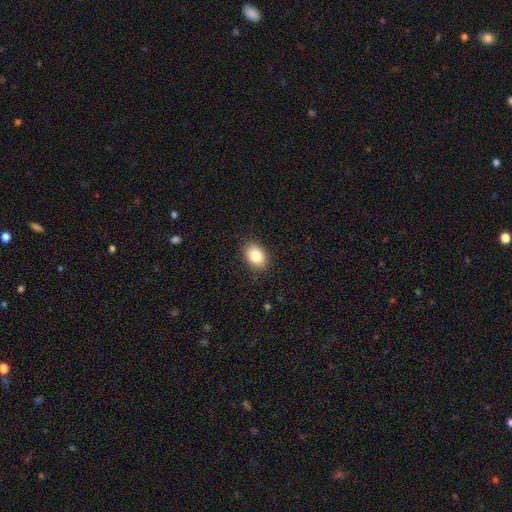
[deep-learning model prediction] This is clearly a smooth galaxy (84%). How rounded: clearly in between (81%). Merging: clearly none (88%).